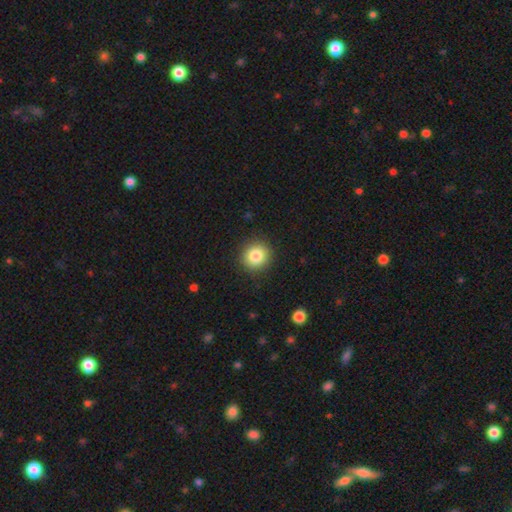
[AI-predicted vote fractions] A smooth galaxy with no disk features (84%) that is round (89%).

Vote fractions:
- Smooth or featured? smooth: 84% / star or artifact: 10% / featured or disk: 6%
- How rounded? round: 89% / in between: 10% / cigar-shaped: 1%
- Merging? none: 90% / minor disturbance: 6% / major disturbance: 2% / merger: 1%